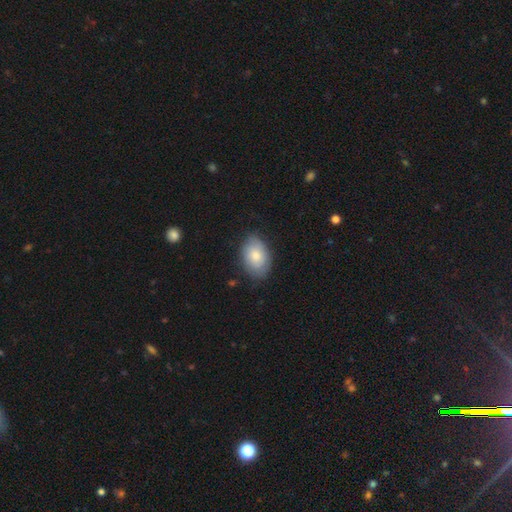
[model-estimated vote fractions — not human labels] A smooth galaxy with no disk features (78%) that is in between round and cigar-shaped (88%).

Vote fractions:
- Smooth or featured? smooth: 78% / featured or disk: 16% / star or artifact: 6%
- How rounded? in between: 88% / round: 11% / cigar-shaped: 1%
- Merging? none: 78% / minor disturbance: 17% / major disturbance: 3% / merger: 1%